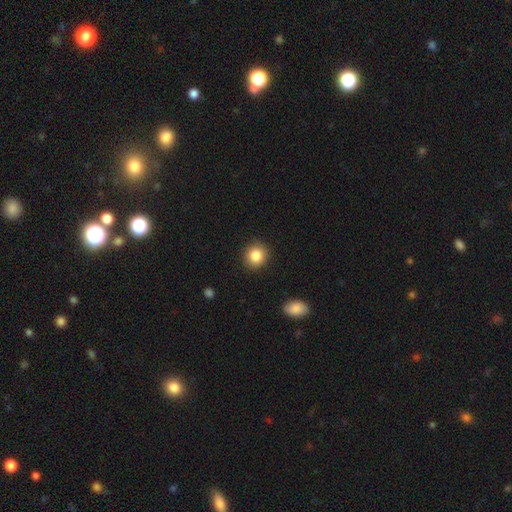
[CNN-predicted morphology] Smooth or featured? smooth (85%)
How rounded? round (85%)
Merging? none (90%)